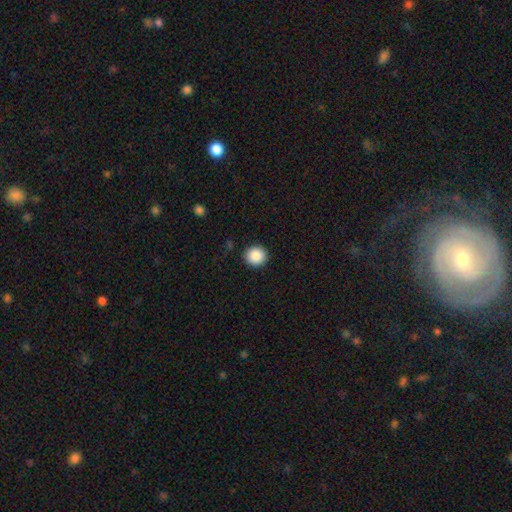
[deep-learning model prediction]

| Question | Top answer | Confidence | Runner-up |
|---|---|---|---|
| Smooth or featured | smooth | 88% | star or artifact (8%) |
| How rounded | round | 92% | in between (7%) |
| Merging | none | 91% | minor disturbance (6%) |